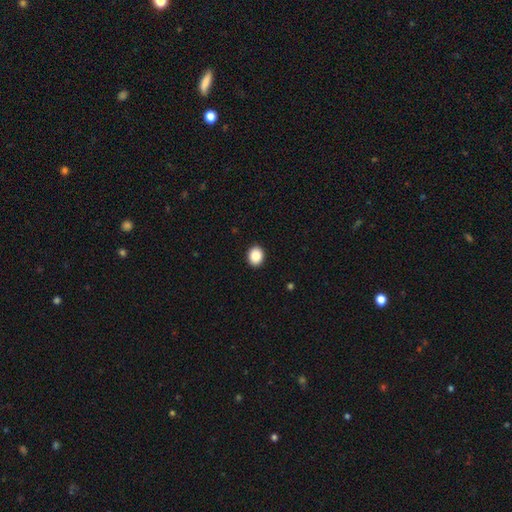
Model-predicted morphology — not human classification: Q: Smooth or featured?
A: smooth (88%); runner-up: star or artifact (8%)
Q: How rounded?
A: round (58%); runner-up: in between (41%)
Q: Merging?
A: none (92%); runner-up: minor disturbance (5%)